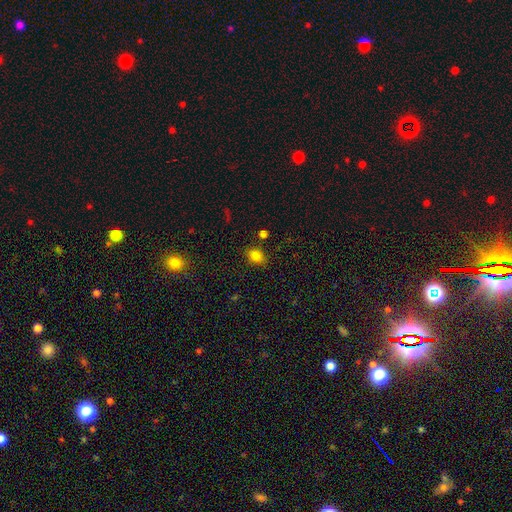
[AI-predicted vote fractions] Overall: smooth (82%). How rounded: in between (66%; round 33%). Merging: none (81%).